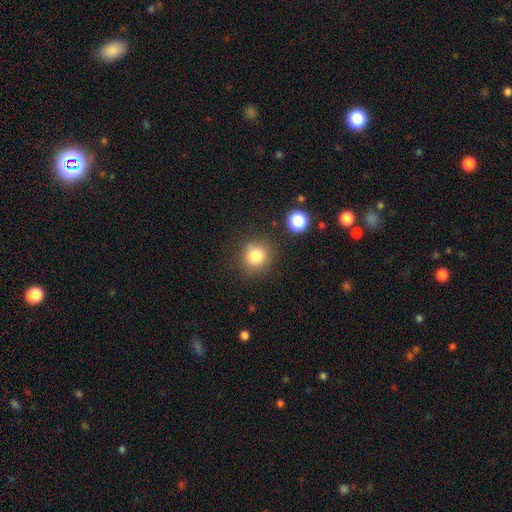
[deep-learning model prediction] smooth 81%, star or artifact 12%, featured or disk 7%. Down the decision tree: how rounded — round (88%); merging — none (81%).